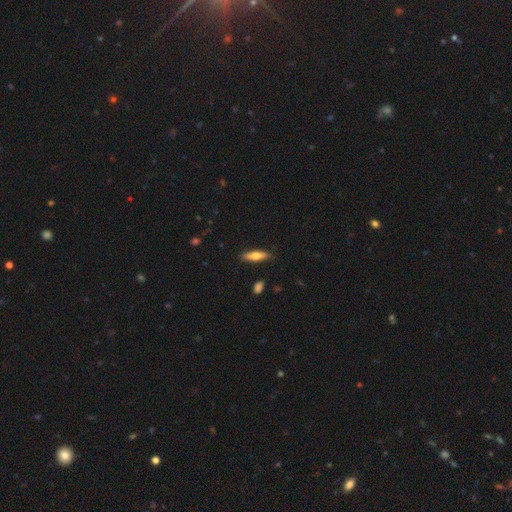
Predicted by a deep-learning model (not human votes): Smooth or featured? Predicted: smooth (p=0.65). How rounded? Predicted: cigar-shaped (p=0.66). Merging? Predicted: none (p=0.87).